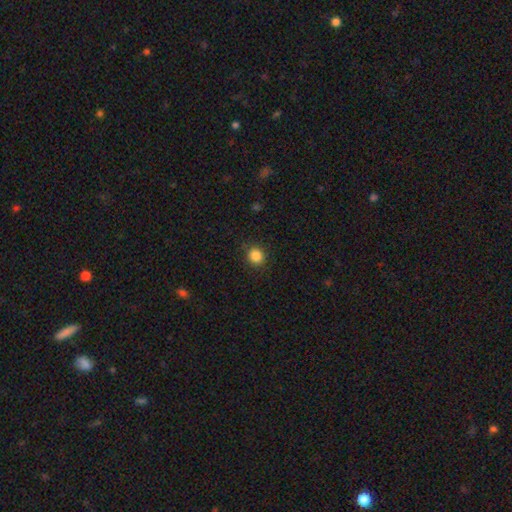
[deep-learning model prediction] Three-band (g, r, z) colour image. It shows a smooth galaxy with no disk features (85%) that is round (87%). Merging: none (89%).